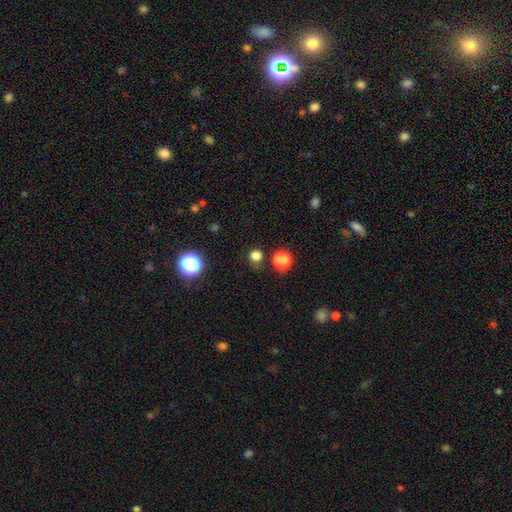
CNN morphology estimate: A smooth galaxy with no disk features (78%) that is round (91%).

Vote fractions:
- Smooth or featured? smooth: 78% / star or artifact: 18% / featured or disk: 4%
- How rounded? round: 91% / in between: 8% / cigar-shaped: 1%
- Merging? none: 80% / minor disturbance: 10% / merger: 6% / major disturbance: 4%